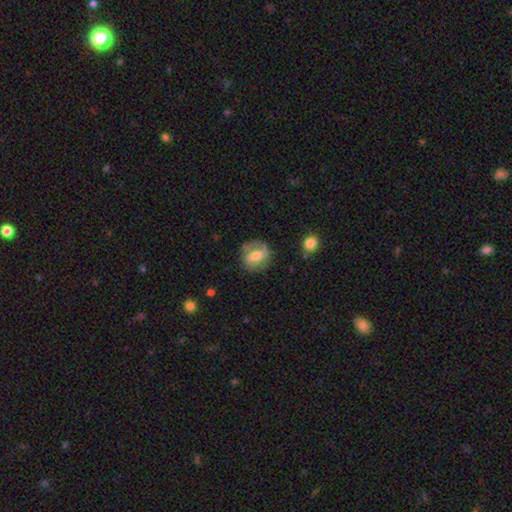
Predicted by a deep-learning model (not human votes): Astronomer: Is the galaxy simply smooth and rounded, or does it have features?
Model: featured or disk — 55% (runner-up: smooth, 38%).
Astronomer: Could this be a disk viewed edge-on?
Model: no — 96%.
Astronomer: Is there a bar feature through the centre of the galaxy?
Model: weak — 41% (runner-up: strong, 32%).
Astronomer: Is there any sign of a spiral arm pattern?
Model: yes — 77%.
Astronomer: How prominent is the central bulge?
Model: moderate — 49% (runner-up: small, 31%).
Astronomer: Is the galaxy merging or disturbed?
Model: none — 65%.